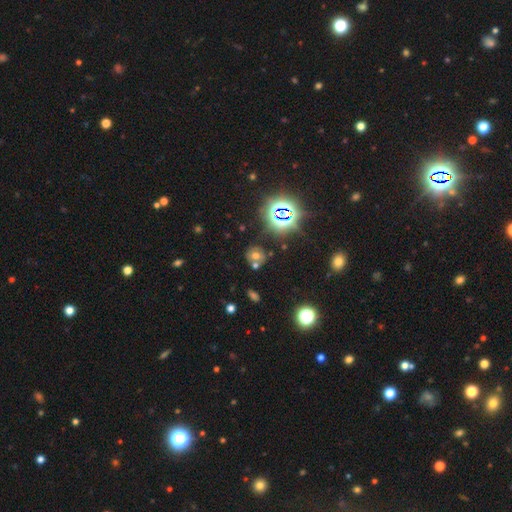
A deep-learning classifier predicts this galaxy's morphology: Overall: smooth (45%; star or artifact 33%). Merging: none (60%; merger 23%).